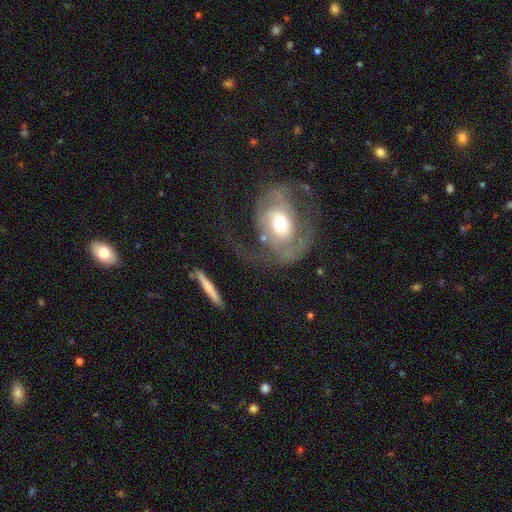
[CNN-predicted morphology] Overall: featured or disk (72%). Edge-on disk: no (93%). Bar: no (52%; weak 28%). Spiral arms: yes (65%; no 35%). Bulge size: moderate (68%). Merging: none (56%; major disturbance 23%).